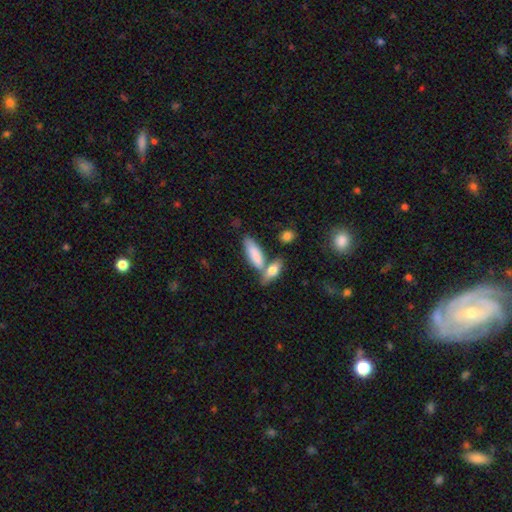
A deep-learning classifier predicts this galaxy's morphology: type=smooth (82%); roundness=in between (63%); merging=none (49%).